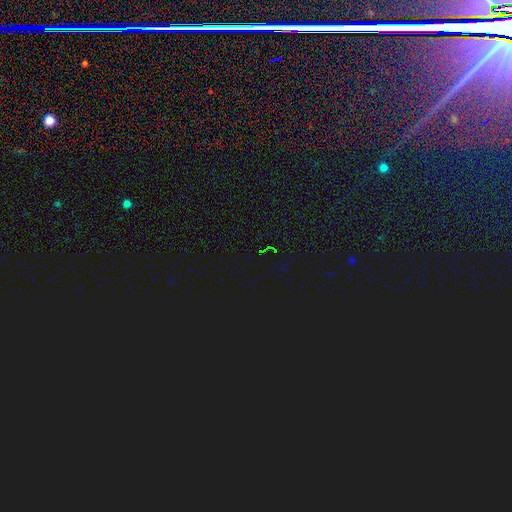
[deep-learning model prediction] Morphology: type=star or artifact (82%).